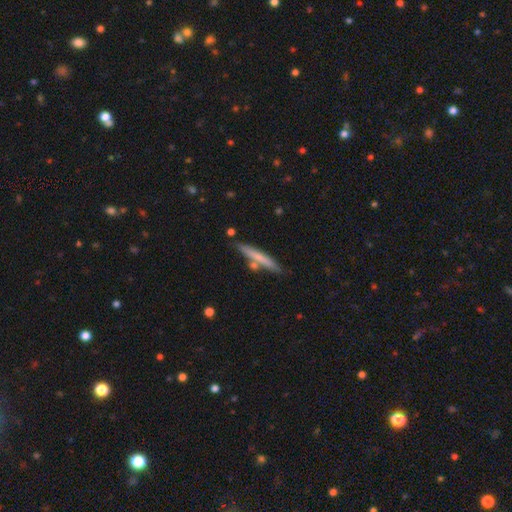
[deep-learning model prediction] This appears to be a smooth galaxy with no disk features (61%) that is cigar-shaped (94%). Merging: none (80%).